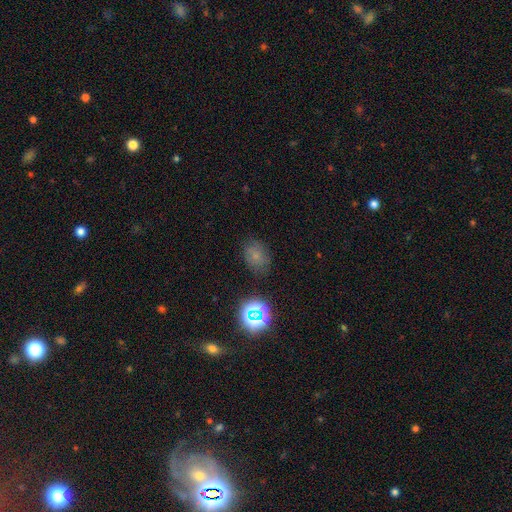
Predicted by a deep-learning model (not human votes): smooth-or-featured: smooth: 67% | star or artifact: 22% | featured or disk: 10%
  how-rounded: in between: 59% | round: 40% | cigar-shaped: 1%
  merging: none: 75% | minor disturbance: 17% | major disturbance: 5% | merger: 2%